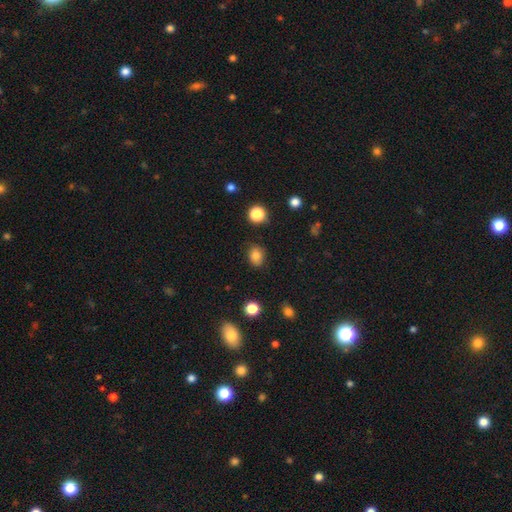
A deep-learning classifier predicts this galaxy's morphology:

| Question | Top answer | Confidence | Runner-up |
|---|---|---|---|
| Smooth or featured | smooth | 82% | star or artifact (11%) |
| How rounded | in between | 50% | round (49%) |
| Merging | none | 83% | minor disturbance (12%) |